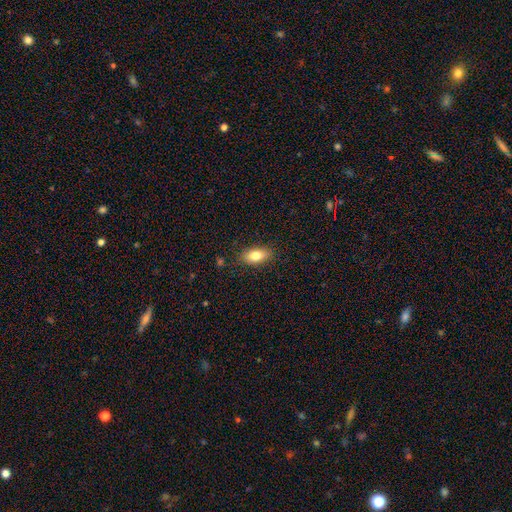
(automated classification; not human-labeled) Smooth or featured?
  - smooth: 79% *
  - featured or disk: 14%
  - star or artifact: 8%
How rounded?
  - in between: 87% *
  - cigar-shaped: 7%
  - round: 6%
Merging?
  - none: 86% *
  - minor disturbance: 11%
  - major disturbance: 2%
  - merger: 1%